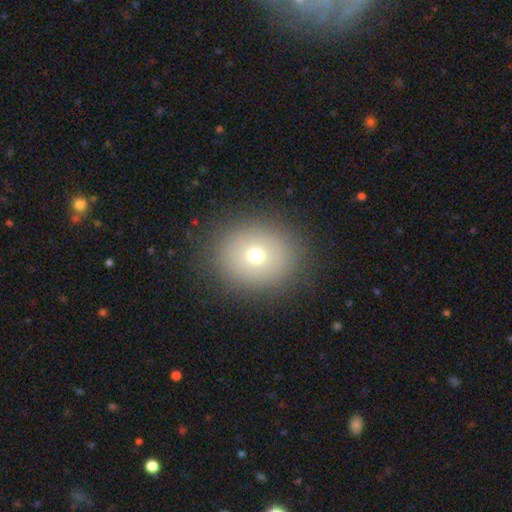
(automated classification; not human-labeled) smooth 69%, star or artifact 16%, featured or disk 15%. Down the decision tree: how rounded — round (72%); merging — none (87%).